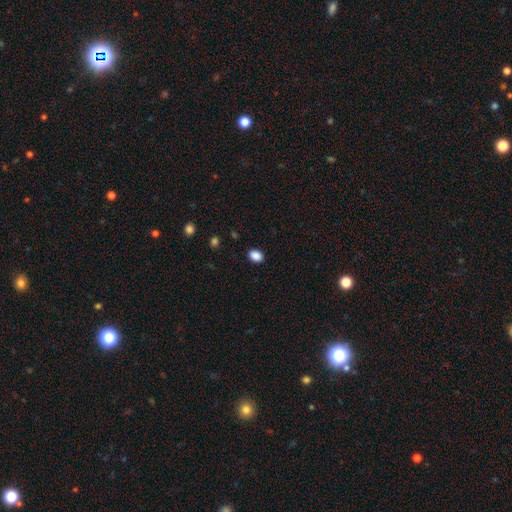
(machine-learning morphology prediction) This appears to be a smooth galaxy with no disk features (88%) that is in between round and cigar-shaped (72%). Merging: none (89%).